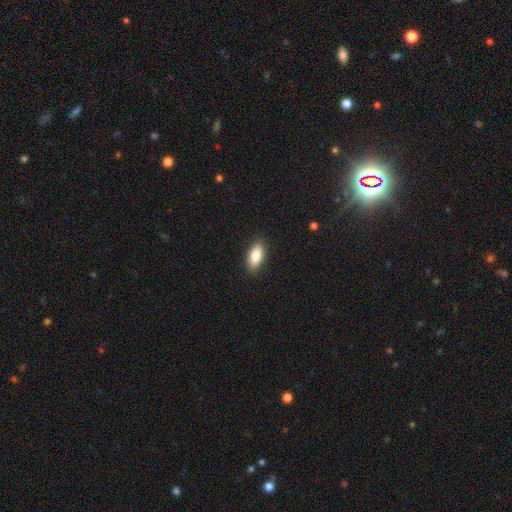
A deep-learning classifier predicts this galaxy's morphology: Smooth or featured?
  - smooth: 83% *
  - featured or disk: 10%
  - star or artifact: 7%
How rounded?
  - in between: 83% *
  - cigar-shaped: 14%
  - round: 3%
Merging?
  - none: 89% *
  - minor disturbance: 8%
  - major disturbance: 2%
  - merger: 1%